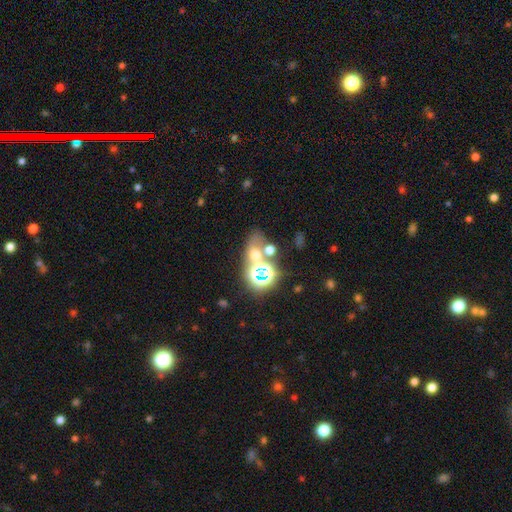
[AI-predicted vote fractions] Smooth or featured? smooth (43%)
Merging? none (42%)